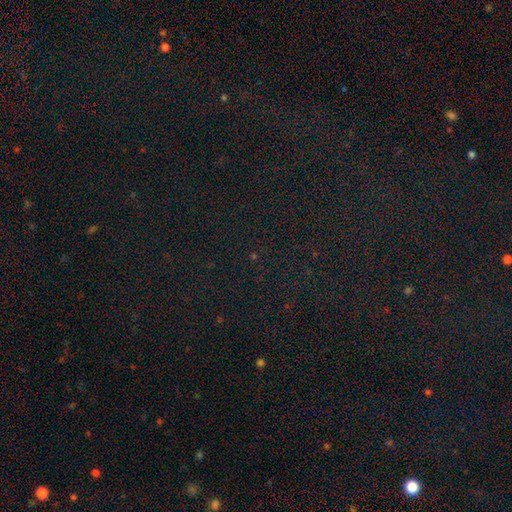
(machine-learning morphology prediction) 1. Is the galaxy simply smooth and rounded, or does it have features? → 82% star or artifact, 11% smooth, 8% featured or disk.